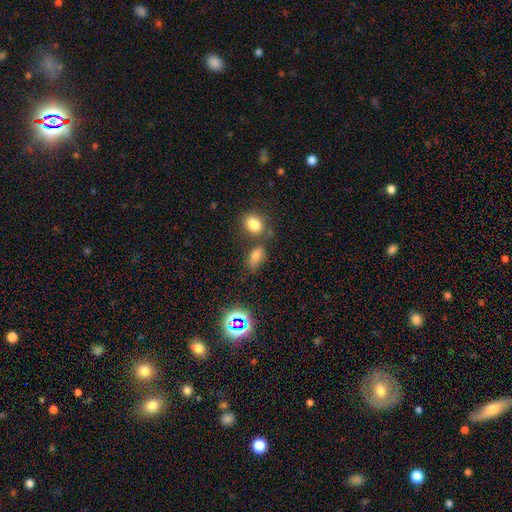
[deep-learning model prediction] This appears to be a smooth galaxy with no disk features (71%) that is in between round and cigar-shaped (84%). Merging: none (58%).